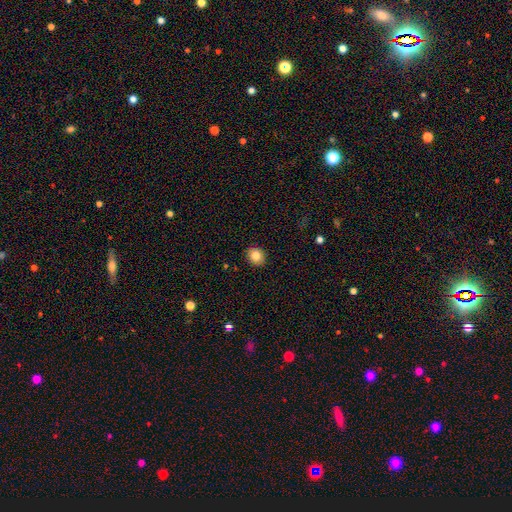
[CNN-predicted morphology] Q: Smooth or featured?
A: smooth (83%); runner-up: star or artifact (10%)
Q: How rounded?
A: round (70%); runner-up: in between (30%)
Q: Merging?
A: none (91%); runner-up: minor disturbance (7%)